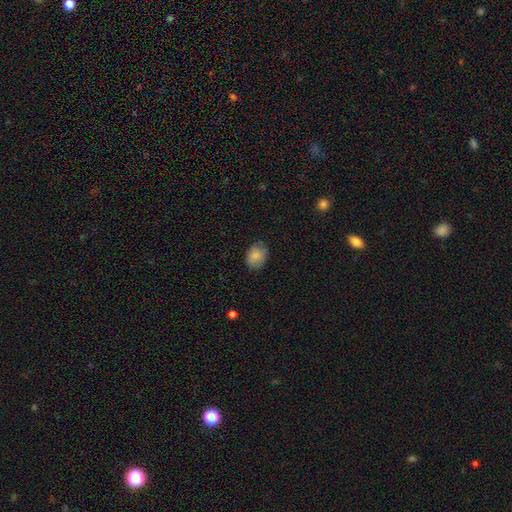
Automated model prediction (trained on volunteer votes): smooth_or_featured: smooth (p=0.86) [alt: star or artifact p=0.08]
how_rounded: in between (p=0.68) [alt: round p=0.31]
merging: none (p=0.78) [alt: minor disturbance p=0.17]